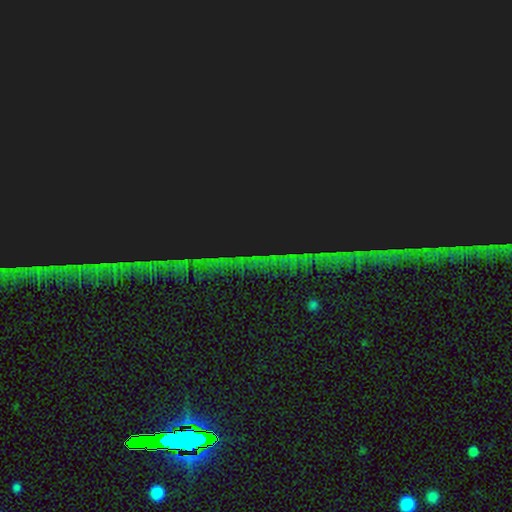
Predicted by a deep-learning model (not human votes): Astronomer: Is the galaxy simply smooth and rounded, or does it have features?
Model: star or artifact — 85%.